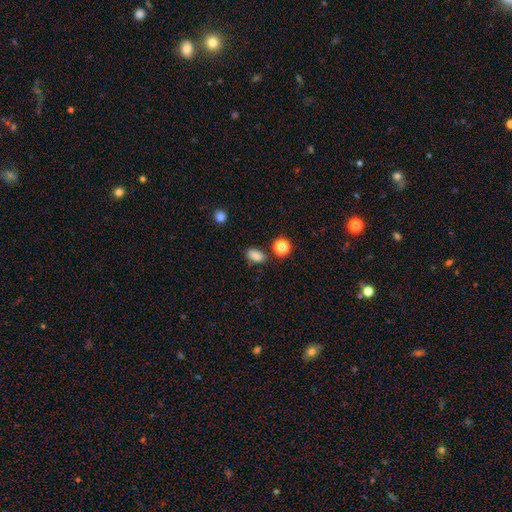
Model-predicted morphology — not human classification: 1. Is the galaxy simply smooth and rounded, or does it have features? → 84% smooth, 12% star or artifact, 4% featured or disk.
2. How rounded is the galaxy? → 84% in between, 14% round, 2% cigar-shaped.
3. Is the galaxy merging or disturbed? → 77% none, 14% minor disturbance, 5% merger, 3% major disturbance.